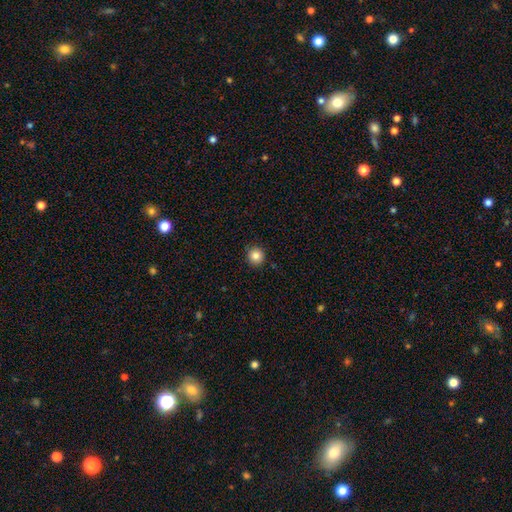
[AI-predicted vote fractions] Smooth or featured? Predicted: smooth (p=0.85). How rounded? Predicted: round (p=0.94). Merging? Predicted: none (p=0.91).